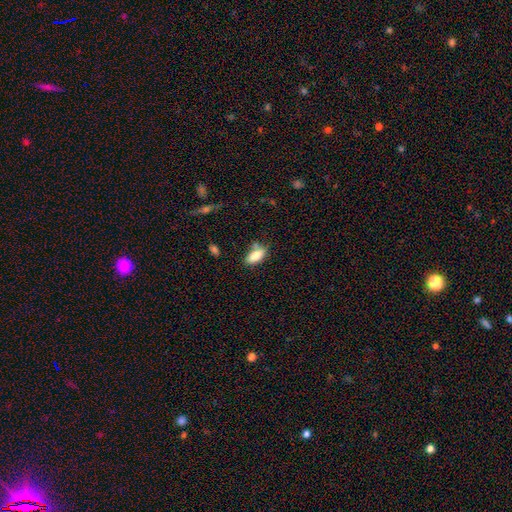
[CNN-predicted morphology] This is likely a smooth galaxy (77%). How rounded: clearly in between (84%). Merging: likely none (69%).